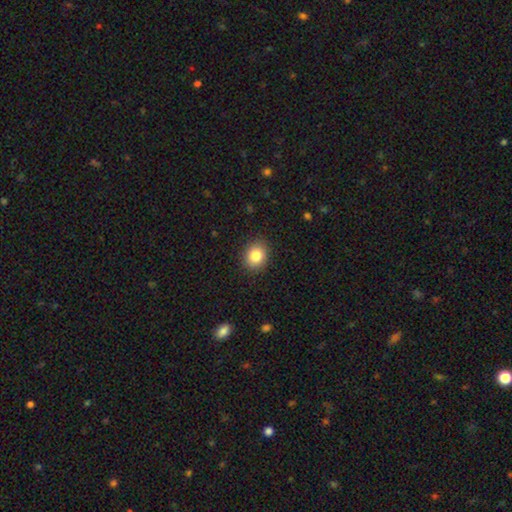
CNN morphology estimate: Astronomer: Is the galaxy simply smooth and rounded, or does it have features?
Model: smooth — 84%.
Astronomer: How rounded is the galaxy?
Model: round — 63%.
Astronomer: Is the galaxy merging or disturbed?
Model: none — 89%.